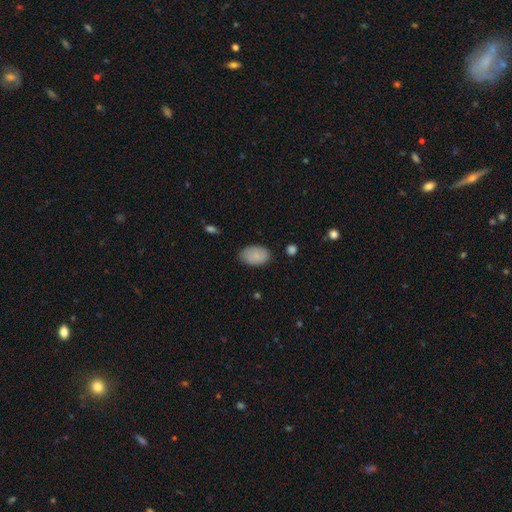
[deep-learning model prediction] This appears to be a smooth galaxy with no disk features (87%) that is in between round and cigar-shaped (91%). Merging: none (79%).